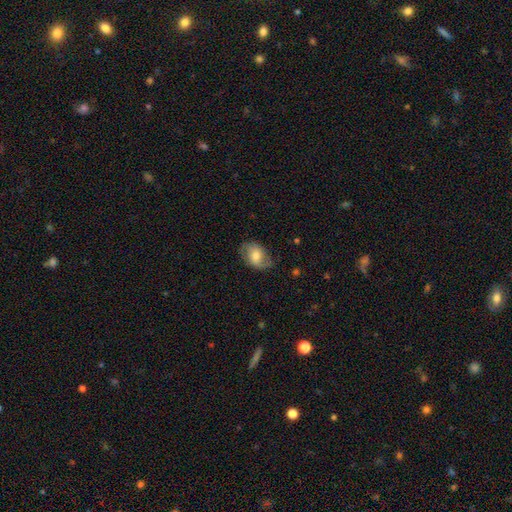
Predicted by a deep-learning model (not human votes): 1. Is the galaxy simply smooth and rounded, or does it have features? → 56% smooth, 37% featured or disk, 7% star or artifact.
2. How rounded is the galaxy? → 82% in between, 17% round, 1% cigar-shaped.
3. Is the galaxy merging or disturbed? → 71% none, 21% minor disturbance, 7% major disturbance, 1% merger.